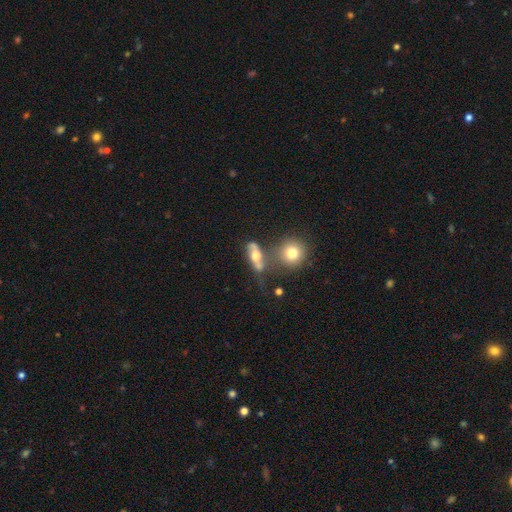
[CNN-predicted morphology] The model was most divided on "merging": merger: 34%, none: 30%, major disturbance: 19%, minor disturbance: 17%. More confident: how rounded — in between (60%); smooth or featured — smooth (50%).